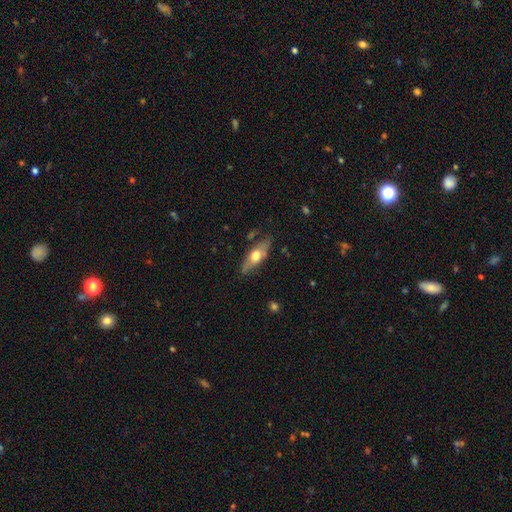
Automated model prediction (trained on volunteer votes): smooth-or-featured: smooth: 48% | featured or disk: 46% | star or artifact: 5%
  merging: none: 76% | minor disturbance: 18% | major disturbance: 4% | merger: 2%